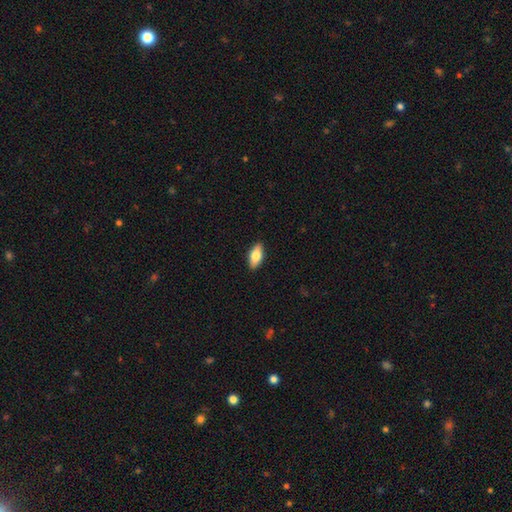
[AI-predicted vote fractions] smooth 74%, featured or disk 20%, star or artifact 6%. Down the decision tree: how rounded — in between (85%); merging — none (89%).